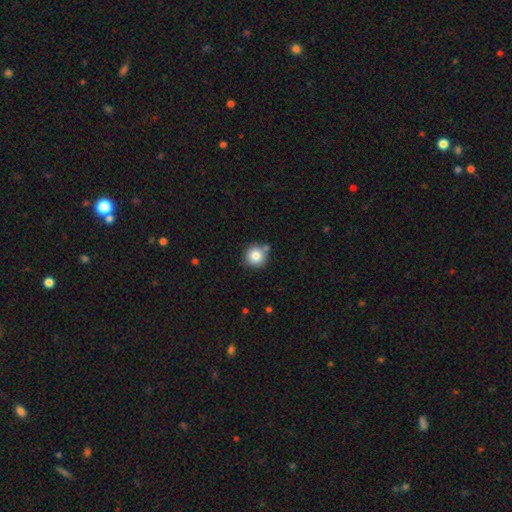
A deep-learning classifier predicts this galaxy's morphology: This is clearly a smooth galaxy (83%). How rounded: clearly round (94%). Merging: likely none (76%).